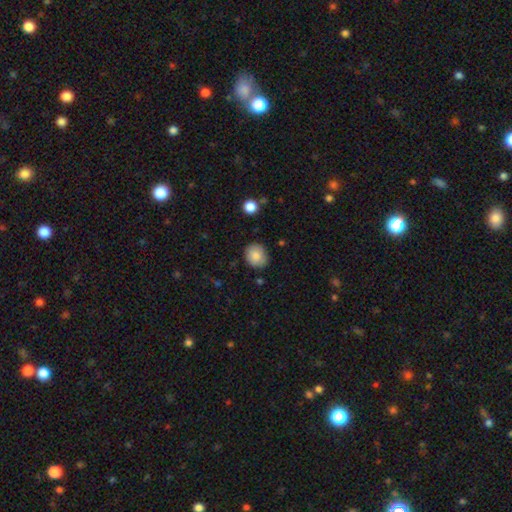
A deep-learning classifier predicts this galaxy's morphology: Q: Smooth or featured?
A: smooth (83%); runner-up: featured or disk (9%)
Q: How rounded?
A: round (71%); runner-up: in between (28%)
Q: Merging?
A: none (82%); runner-up: minor disturbance (14%)